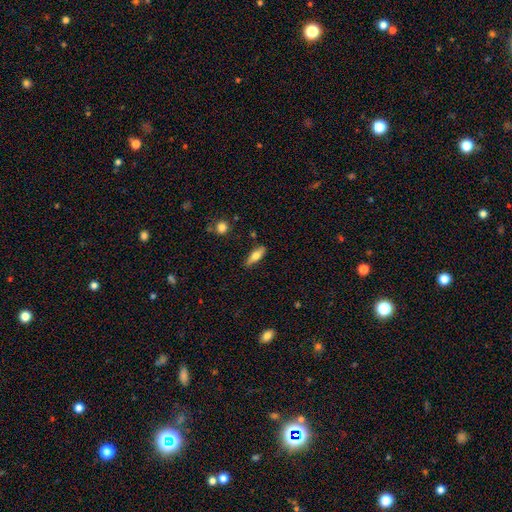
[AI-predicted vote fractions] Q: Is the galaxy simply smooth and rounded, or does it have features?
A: smooth — 57%.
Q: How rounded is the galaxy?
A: cigar-shaped — 50%.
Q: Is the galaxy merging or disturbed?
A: none — 83%.